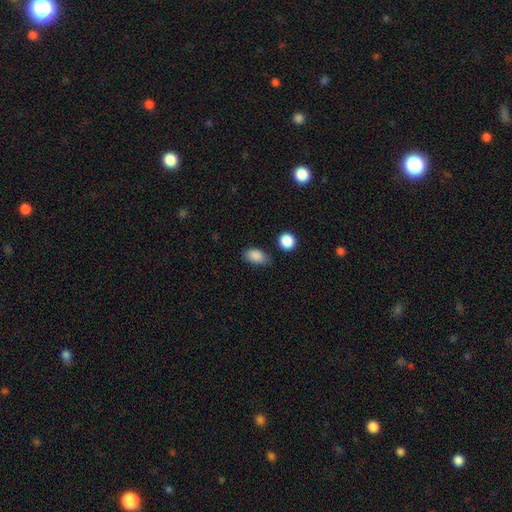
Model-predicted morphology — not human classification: Smooth or featured: smooth — 87% (star or artifact — 8%)
How rounded: in between — 87% (round — 11%)
Merging: none — 70% (minor disturbance — 21%)